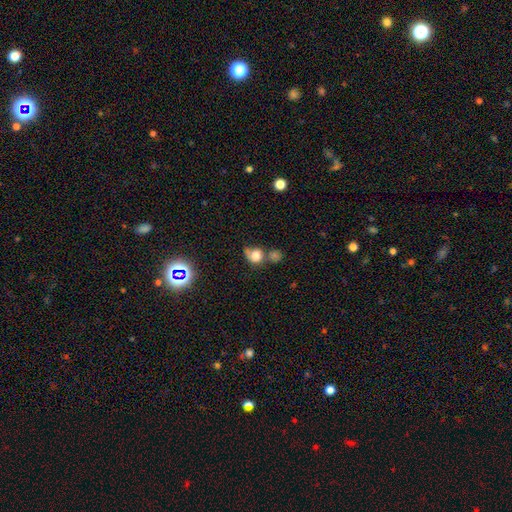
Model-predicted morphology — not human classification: type=smooth (72%); roundness=round (69%); merging=merger (35%).